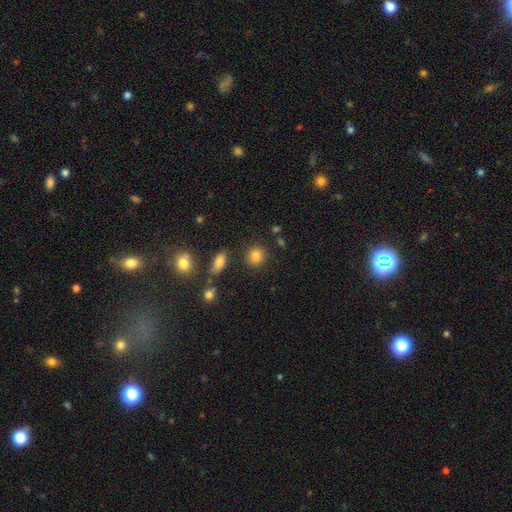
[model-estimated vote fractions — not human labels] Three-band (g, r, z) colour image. It shows a smooth galaxy with no disk features (83%) that is round (82%). Merging: none (86%).